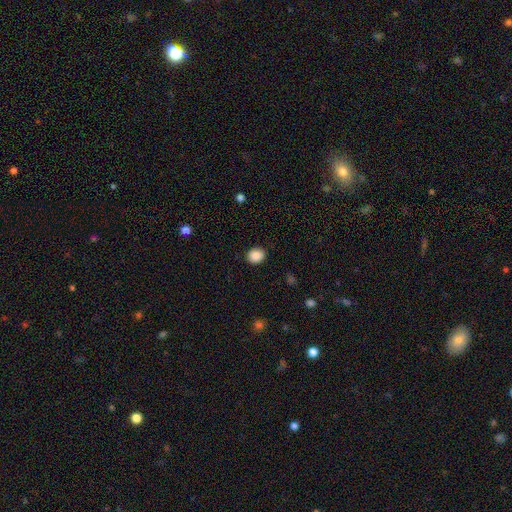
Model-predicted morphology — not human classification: Overall: smooth (88%). How rounded: round (67%; in between 32%). Merging: none (90%).